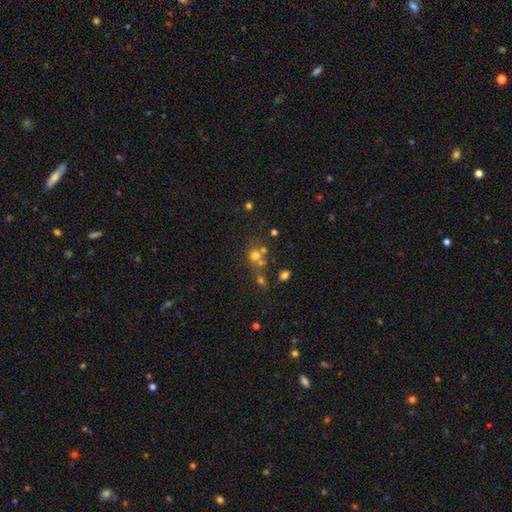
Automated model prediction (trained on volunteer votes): Q: Smooth or featured?
A: smooth (65%); runner-up: star or artifact (19%)
Q: How rounded?
A: round (81%); runner-up: in between (18%)
Q: Merging?
A: none (45%); runner-up: merger (39%)